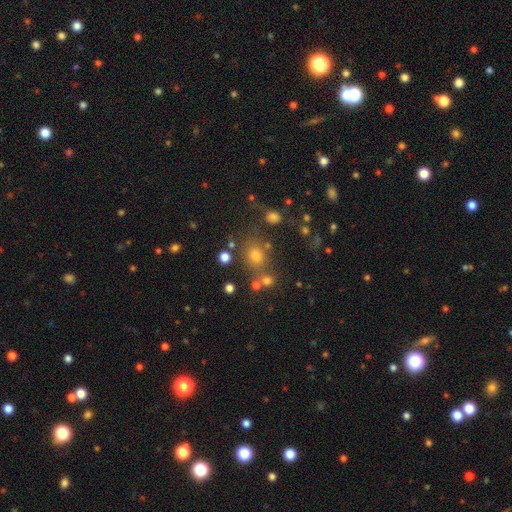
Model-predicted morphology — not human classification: Smooth or featured? smooth (62%)
How rounded? round (77%)
Merging? none (70%)